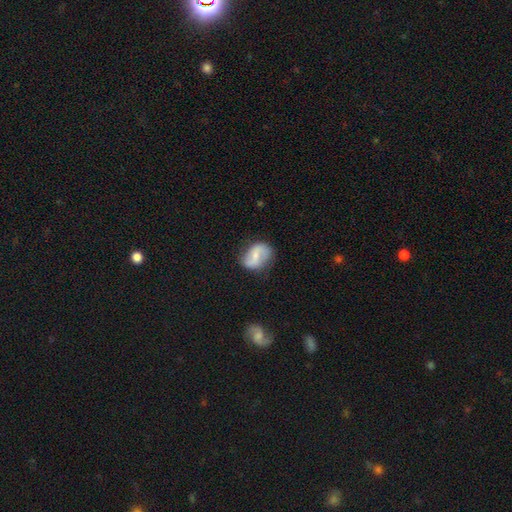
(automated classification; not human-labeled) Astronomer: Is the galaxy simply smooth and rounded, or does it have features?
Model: featured or disk — 58% (runner-up: smooth, 35%).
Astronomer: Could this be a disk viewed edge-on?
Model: no — 97%.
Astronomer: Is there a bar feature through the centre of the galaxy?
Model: weak — 46% (runner-up: no, 28%).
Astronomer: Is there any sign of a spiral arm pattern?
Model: yes — 86%.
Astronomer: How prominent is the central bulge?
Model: small — 51% (runner-up: moderate, 32%).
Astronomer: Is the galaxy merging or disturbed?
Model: none — 72%.